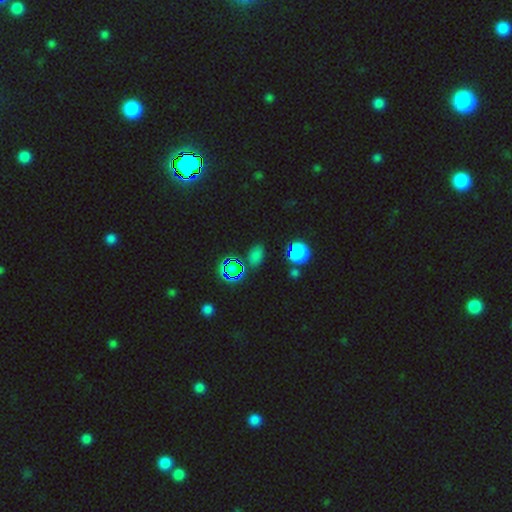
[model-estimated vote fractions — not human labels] Smooth or featured?
  - smooth: 53% *
  - star or artifact: 39%
  - featured or disk: 8%
How rounded?
  - in between: 65% *
  - round: 31%
  - cigar-shaped: 4%
Merging?
  - none: 78% *
  - minor disturbance: 12%
  - merger: 5%
  - major disturbance: 5%